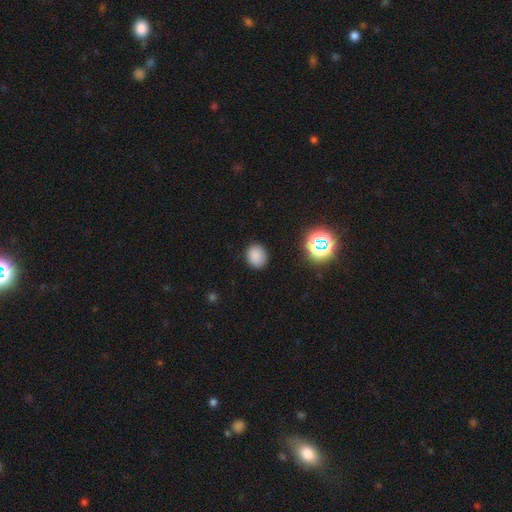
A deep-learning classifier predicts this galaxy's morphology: Smooth or featured: smooth — 82% (star or artifact — 14%)
How rounded: round — 64% (in between — 35%)
Merging: none — 86% (minor disturbance — 10%)